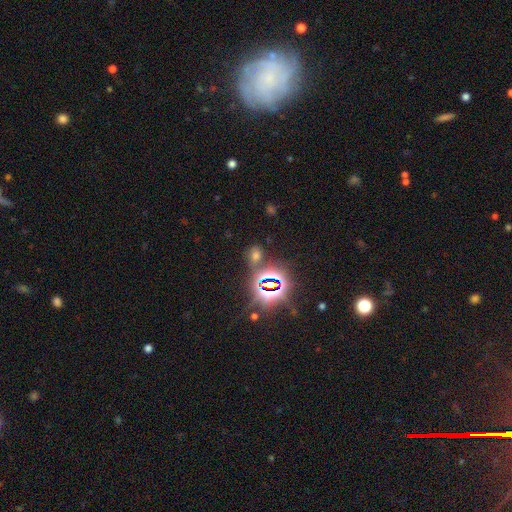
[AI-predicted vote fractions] Smooth or featured? star or artifact (50%)